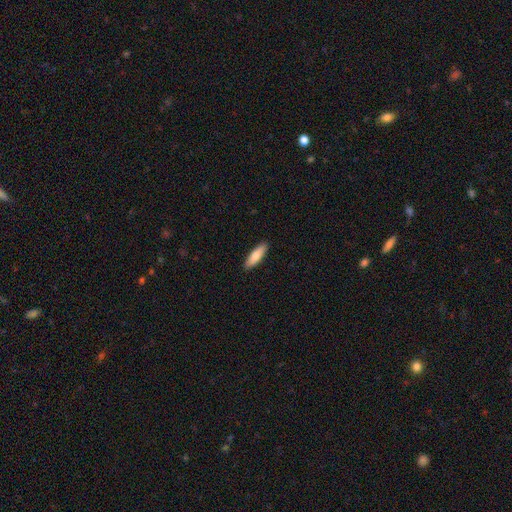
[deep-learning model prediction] smooth_or_featured: smooth (p=0.79) [alt: featured or disk p=0.16]
how_rounded: cigar-shaped (p=0.58) [alt: in between p=0.41]
merging: none (p=0.91) [alt: minor disturbance p=0.07]